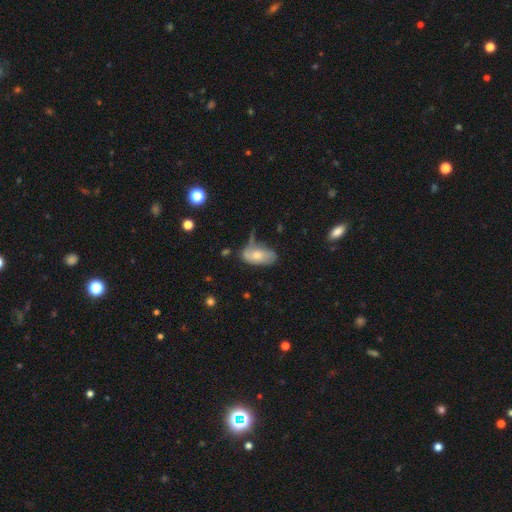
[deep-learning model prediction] smooth_or_featured: smooth (p=0.65) [alt: featured or disk p=0.28]
how_rounded: in between (p=0.92) [alt: cigar-shaped p=0.04]
merging: none (p=0.43) [alt: minor disturbance p=0.34]